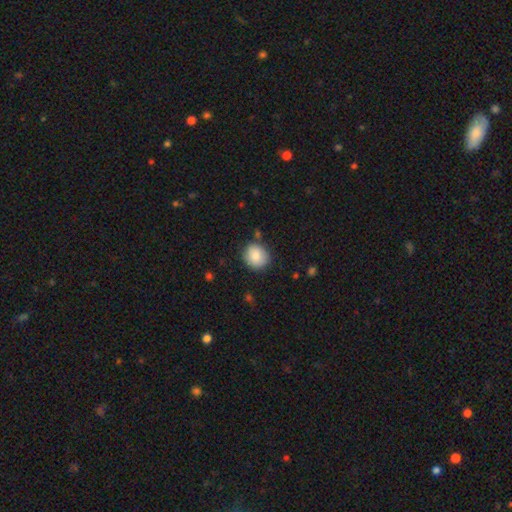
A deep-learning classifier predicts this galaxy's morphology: This appears to be a smooth galaxy with no disk features (85%) that is round (83%). Merging: none (82%).